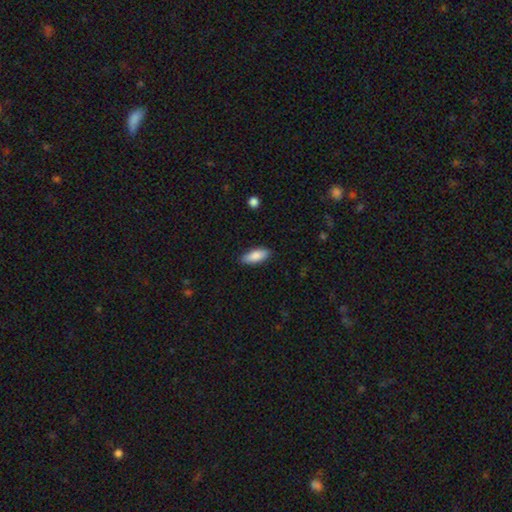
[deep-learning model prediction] Smooth or featured: smooth — 86% (featured or disk — 8%)
How rounded: in between — 76% (cigar-shaped — 22%)
Merging: none — 88% (minor disturbance — 9%)